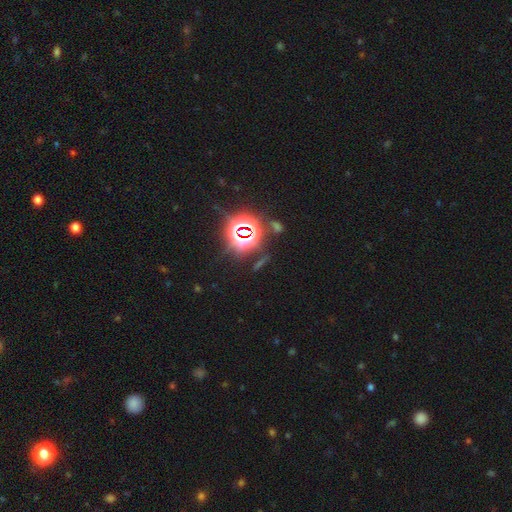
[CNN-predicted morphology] A star or artifact, not a galaxy (81%).

Vote fractions:
- Smooth or featured? star or artifact: 81% / smooth: 12% / featured or disk: 7%